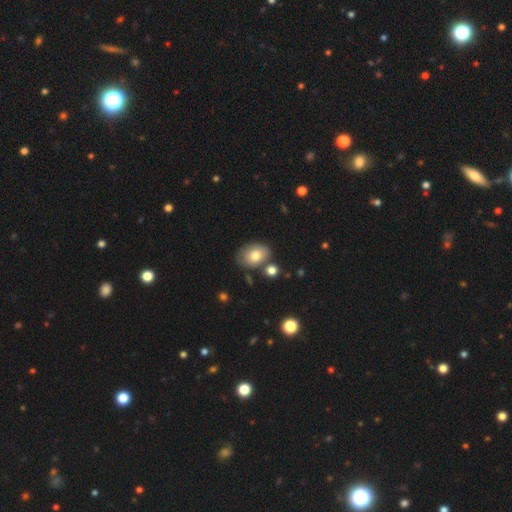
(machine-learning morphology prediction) Smooth or featured? smooth (75%)
How rounded? in between (77%)
Merging? none (67%)